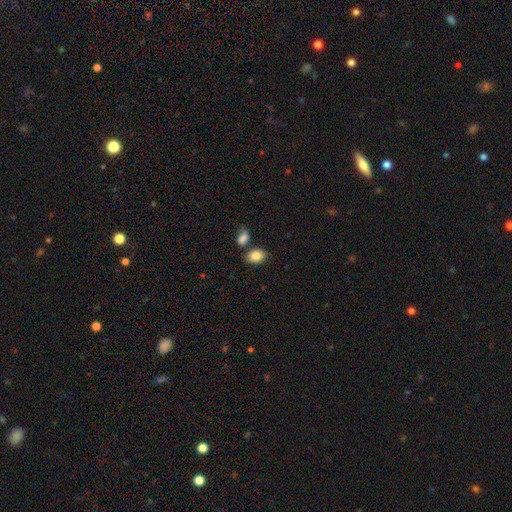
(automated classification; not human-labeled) A smooth galaxy with no disk features (86%) that is in between round and cigar-shaped (80%).

Vote fractions:
- Smooth or featured? smooth: 86% / star or artifact: 8% / featured or disk: 6%
- How rounded? in between: 80% / round: 19% / cigar-shaped: 1%
- Merging? none: 69% / merger: 14% / minor disturbance: 13% / major disturbance: 3%